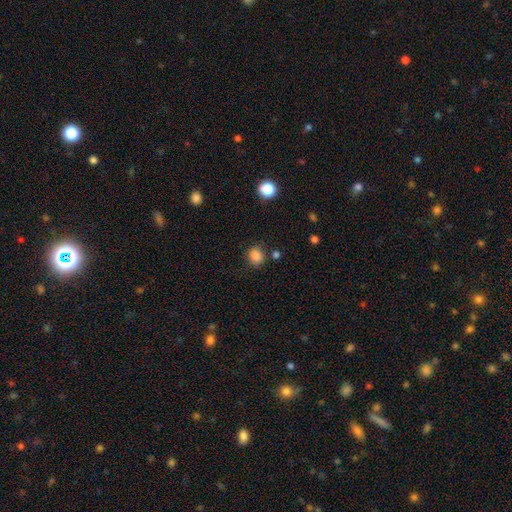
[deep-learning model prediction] Overall: smooth (85%). How rounded: round (67%; in between 32%). Merging: none (78%).